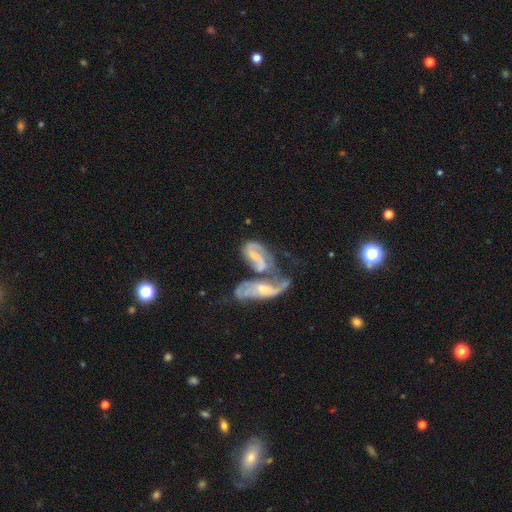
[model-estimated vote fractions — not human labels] This is likely a featured or disk galaxy (77%). It is clearly not viewed edge-on (95%). Bar: possibly weak (45%). Spiral arm pattern: clearly yes (90%). Spiral arm count: likely 2 (76%). Spiral winding: marginally medium (44%). Central bulge: possibly small (49%). Merging: likely merger (69%).